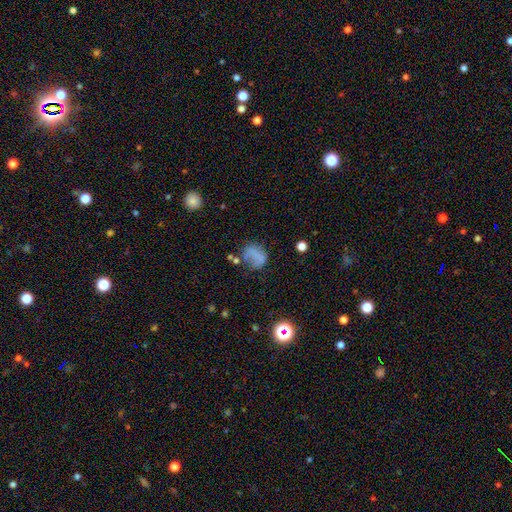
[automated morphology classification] Smooth or featured? Predicted: smooth (p=0.62). How rounded? Predicted: round (p=0.51). Merging? Predicted: none (p=0.43).